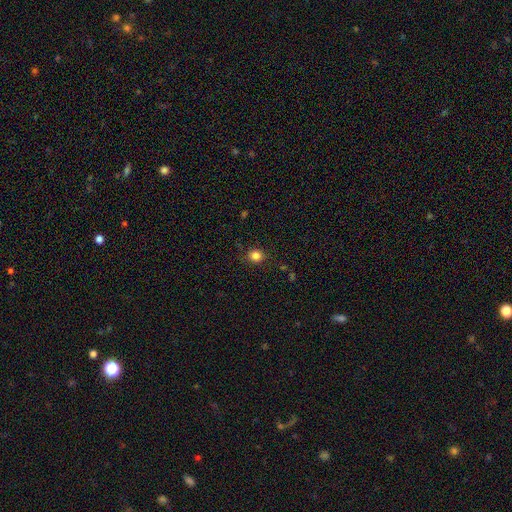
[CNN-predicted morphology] Smooth or featured? Predicted: smooth (p=0.83). How rounded? Predicted: round (p=0.84). Merging? Predicted: none (p=0.88).